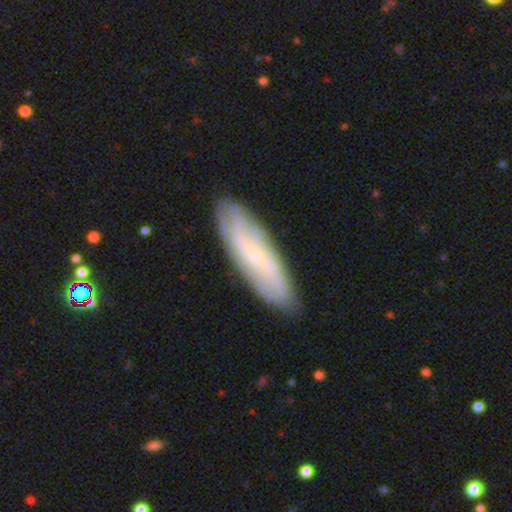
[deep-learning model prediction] A featured or disk galaxy (57%). Merging: none (84%).